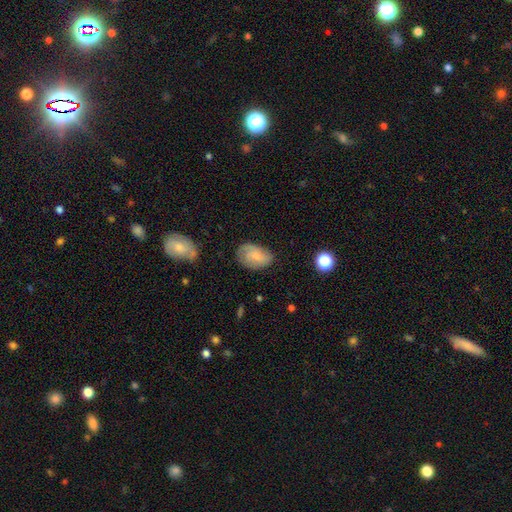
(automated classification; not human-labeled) A smooth galaxy with no disk features (56%) that is in between round and cigar-shaped (87%). Merging: none (71%).